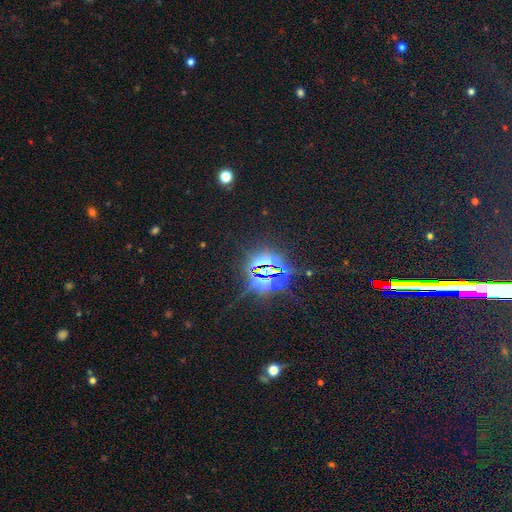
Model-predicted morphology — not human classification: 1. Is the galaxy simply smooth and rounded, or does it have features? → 85% star or artifact, 8% smooth, 7% featured or disk.